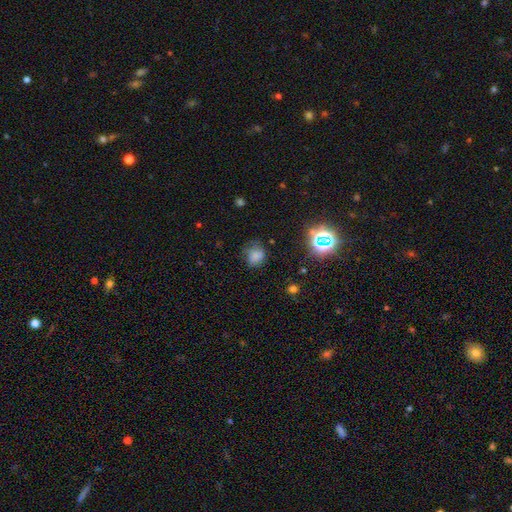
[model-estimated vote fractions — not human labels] Overall: smooth (68%). How rounded: round (58%; in between 40%). Merging: none (56%; minor disturbance 29%).